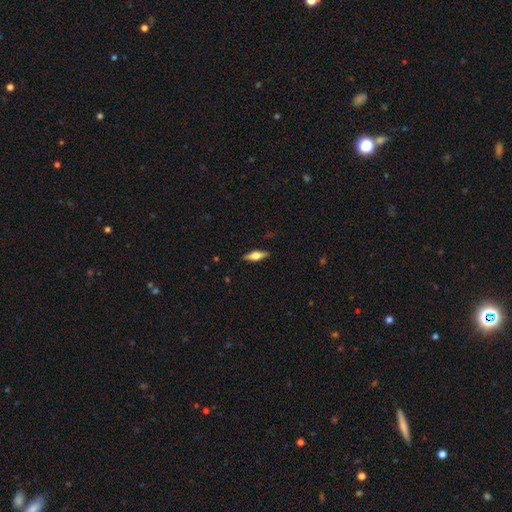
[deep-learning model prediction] This appears to be a featured or disk galaxy (49%). Merging: none (88%).